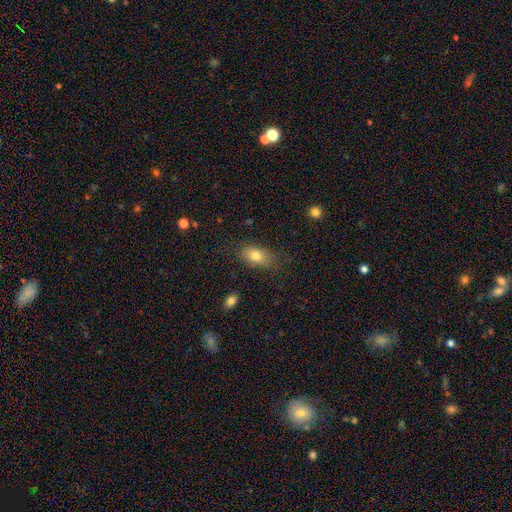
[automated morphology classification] Smooth or featured? smooth (80%)
How rounded? in between (87%)
Merging? none (74%)